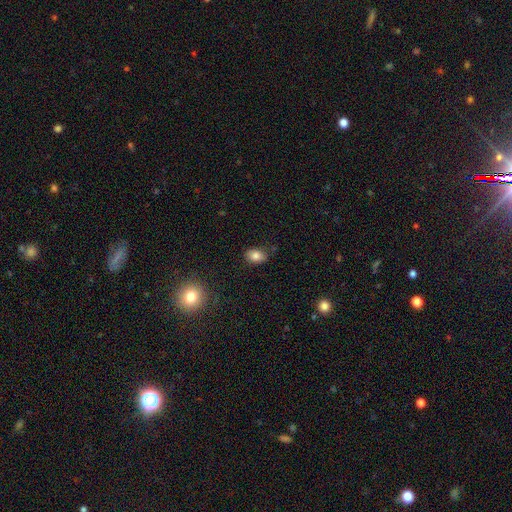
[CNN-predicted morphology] This is clearly a smooth galaxy (83%). How rounded: clearly in between (83%). Merging: clearly none (82%).